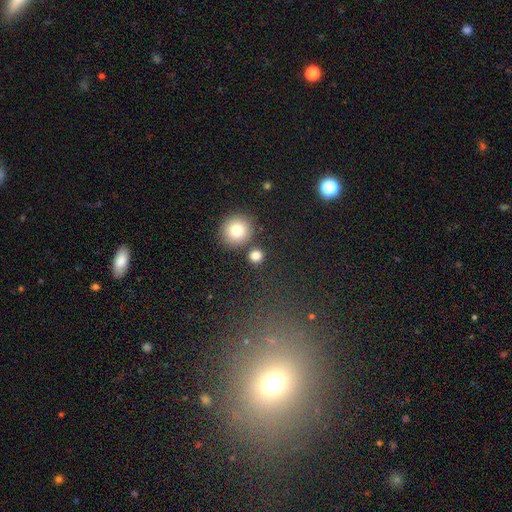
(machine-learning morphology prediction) smooth 82%, star or artifact 11%, featured or disk 7%. Down the decision tree: how rounded — round (89%); merging — none (80%).